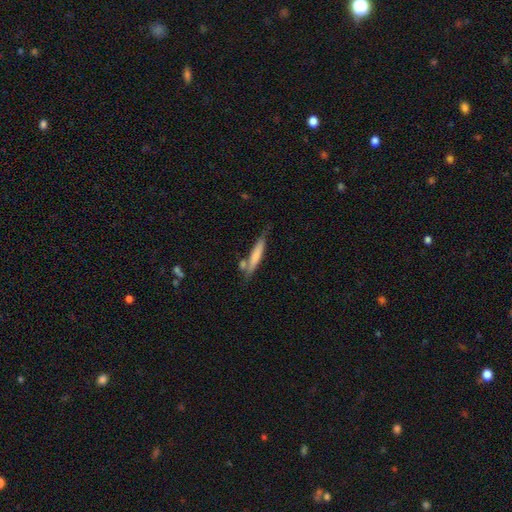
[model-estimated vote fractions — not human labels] This appears to be a smooth galaxy with no disk features (66%) that is cigar-shaped (89%). Merging: none (63%).